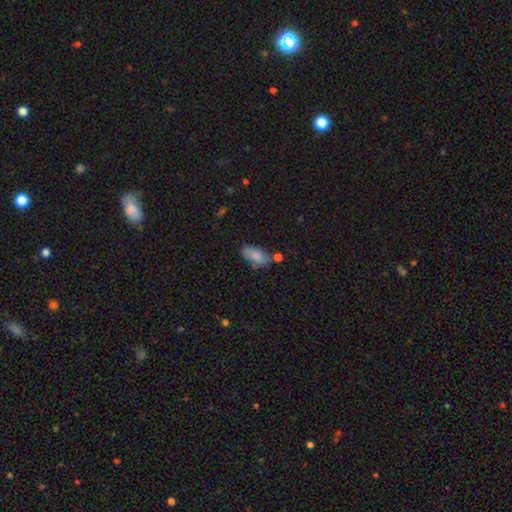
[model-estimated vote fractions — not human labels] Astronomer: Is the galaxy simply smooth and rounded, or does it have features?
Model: smooth — 80%.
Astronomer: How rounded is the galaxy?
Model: in between — 91%.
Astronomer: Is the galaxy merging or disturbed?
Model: none — 60%.